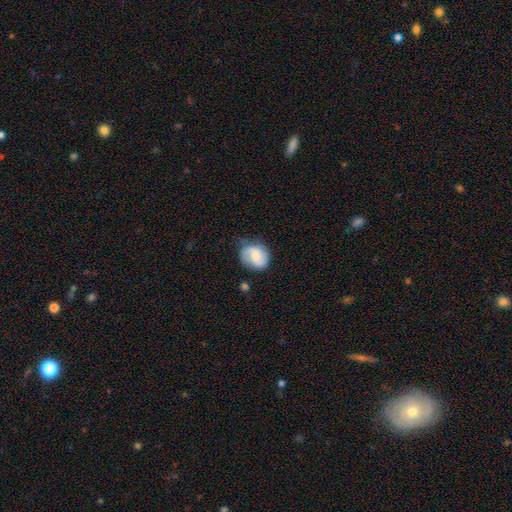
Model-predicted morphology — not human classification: smooth-or-featured: featured or disk: 58% | smooth: 35% | star or artifact: 7%
  disk-edge-on: no: 98% | yes: 2%
    bar: weak: 47% | no: 39% | strong: 14%
    has-spiral-arms: yes: 91% | no: 9%
      spiral-winding: medium: 44% | loose: 33% | tight: 23%
      spiral-arm-count: 2: 80% | 1: 9% | can't tell: 7% | 3: 2% | 4: 1% | more than 4: 1%
    bulge-size: small: 37% | moderate: 32% | none: 22% | large: 7% | dominant: 2%
  merging: none: 63% | minor disturbance: 26% | major disturbance: 9% | merger: 2%